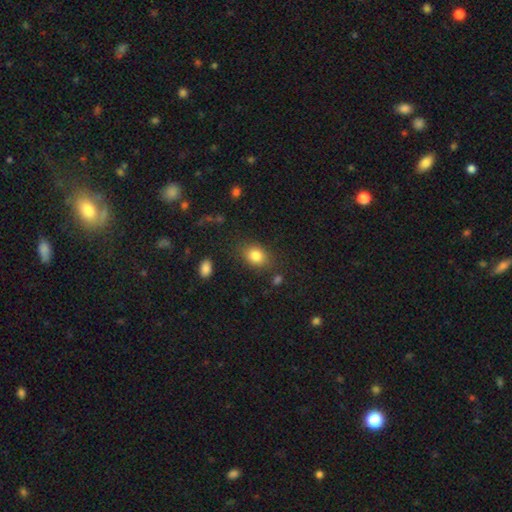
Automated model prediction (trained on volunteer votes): Morphology: type=smooth (84%); roundness=in between (63%); merging=none (78%).